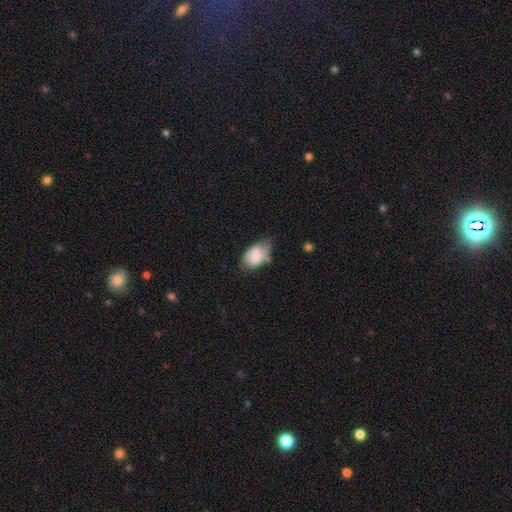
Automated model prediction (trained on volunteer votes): Smooth or featured? smooth (75%)
How rounded? in between (89%)
Merging? none (43%)